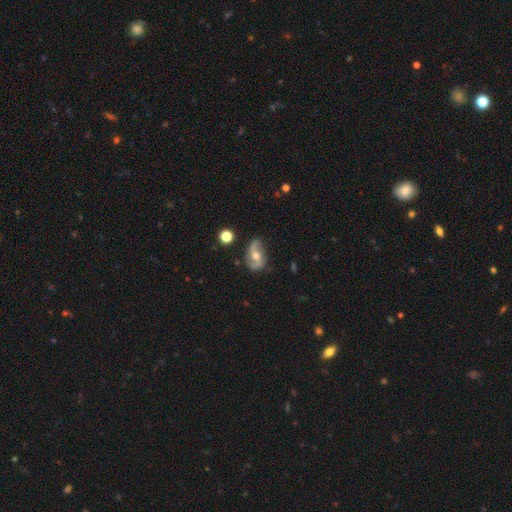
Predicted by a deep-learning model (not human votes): Smooth or featured? Predicted: featured or disk (p=0.74). Edge-on disk? Predicted: no (p=0.95). Bar? Predicted: no (p=0.49). Spiral arms? Predicted: yes (p=0.90). Spiral winding? Predicted: loose (p=0.64). Spiral arm count? Predicted: 2 (p=0.87). Bulge size? Predicted: moderate (p=0.68). Merging? Predicted: none (p=0.68).